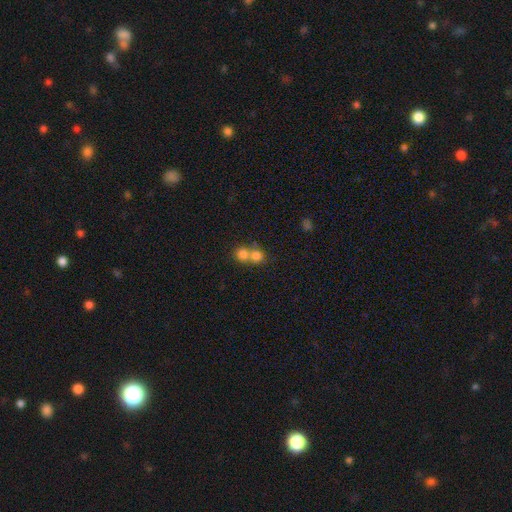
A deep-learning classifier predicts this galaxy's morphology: Smooth or featured? smooth (77%)
How rounded? round (86%)
Merging? merger (58%)